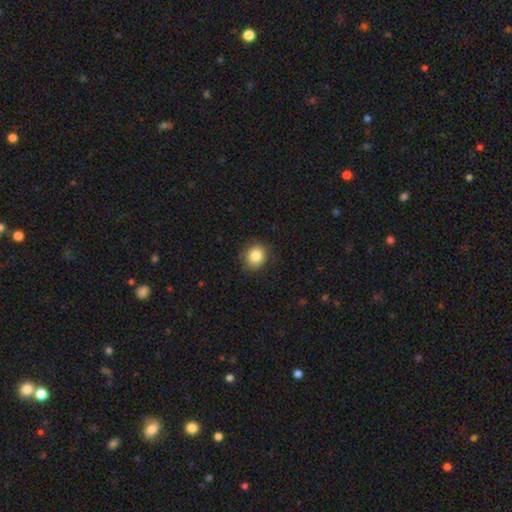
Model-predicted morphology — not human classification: A smooth galaxy with no disk features (83%) that is round (79%). Merging: none (85%).